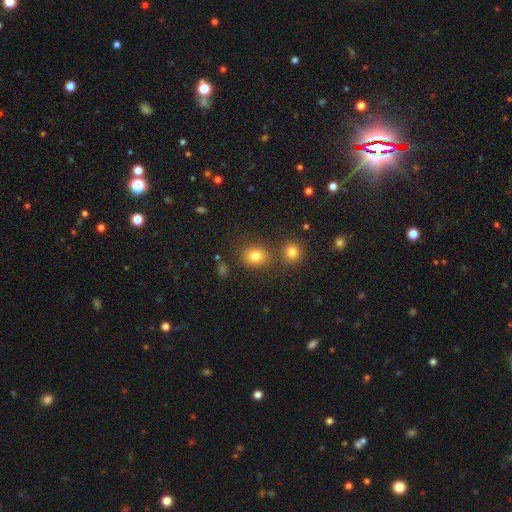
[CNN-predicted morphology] Smooth or featured?
  - smooth: 80% *
  - star or artifact: 13%
  - featured or disk: 6%
How rounded?
  - round: 68% *
  - in between: 31%
  - cigar-shaped: 1%
Merging?
  - none: 75% *
  - merger: 13%
  - minor disturbance: 9%
  - major disturbance: 3%